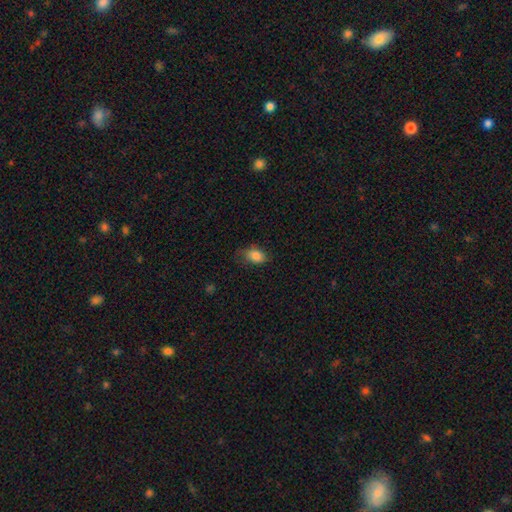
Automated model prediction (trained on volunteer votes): smooth_or_featured: smooth (p=0.84) [alt: star or artifact p=0.09]
how_rounded: in between (p=0.79) [alt: round p=0.20]
merging: none (p=0.68) [alt: minor disturbance p=0.25]